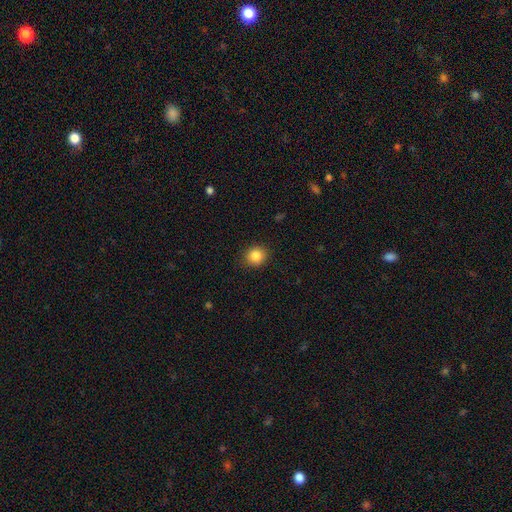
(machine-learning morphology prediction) Smooth or featured?
  - smooth: 85% *
  - star or artifact: 10%
  - featured or disk: 5%
How rounded?
  - round: 76% *
  - in between: 23%
  - cigar-shaped: 1%
Merging?
  - none: 89% *
  - minor disturbance: 8%
  - major disturbance: 2%
  - merger: 1%